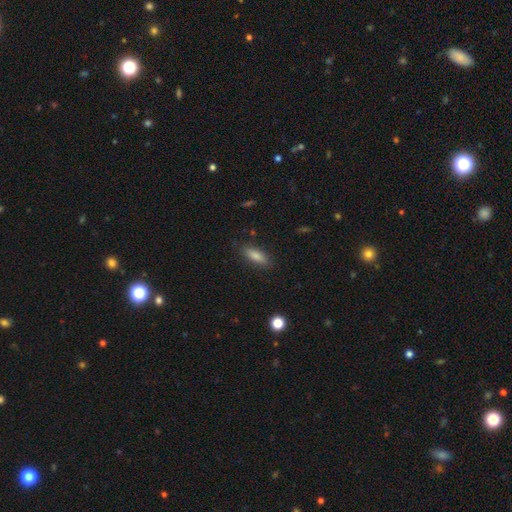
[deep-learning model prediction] Q: Smooth or featured?
A: smooth (82%); runner-up: featured or disk (10%)
Q: How rounded?
A: in between (59%); runner-up: cigar-shaped (39%)
Q: Merging?
A: none (85%); runner-up: minor disturbance (11%)